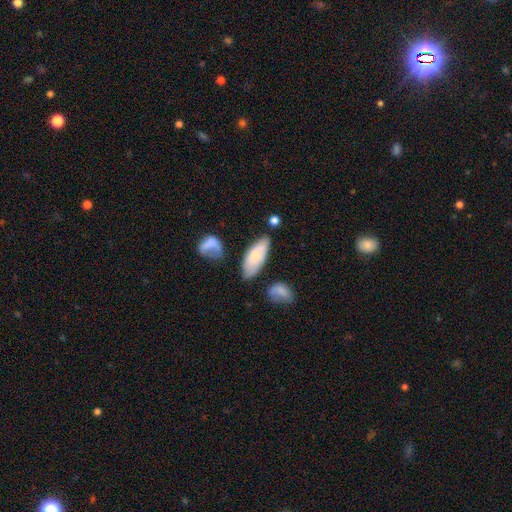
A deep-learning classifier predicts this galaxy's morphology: type=smooth (69%); roundness=in between (81%); merging=none (64%).